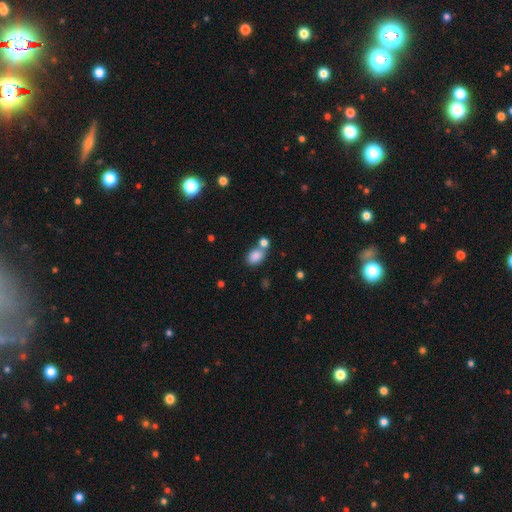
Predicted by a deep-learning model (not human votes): A smooth galaxy with no disk features (85%) that is in between round and cigar-shaped (76%).

Vote fractions:
- Smooth or featured? smooth: 85% / star or artifact: 9% / featured or disk: 6%
- How rounded? in between: 76% / round: 23% / cigar-shaped: 1%
- Merging? none: 50% / merger: 33% / minor disturbance: 12% / major disturbance: 4%